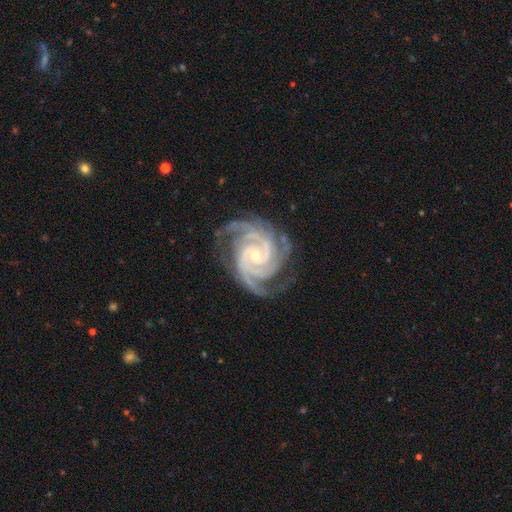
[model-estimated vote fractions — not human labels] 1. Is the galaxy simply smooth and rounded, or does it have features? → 94% featured or disk, 4% star or artifact, 2% smooth.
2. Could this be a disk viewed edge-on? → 98% no, 2% yes.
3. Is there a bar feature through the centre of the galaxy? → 56% no, 31% weak, 13% strong.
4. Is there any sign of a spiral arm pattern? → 99% yes, 1% no.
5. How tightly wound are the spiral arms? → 69% tight, 28% medium, 3% loose.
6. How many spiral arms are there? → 41% 3, 22% 4, 17% 2, 8% can't tell, 7% more than 4, 6% 1.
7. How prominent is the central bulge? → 69% small, 28% moderate, 1% none, 1% large, 1% dominant.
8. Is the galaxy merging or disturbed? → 77% none, 16% minor disturbance, 6% major disturbance, 1% merger.